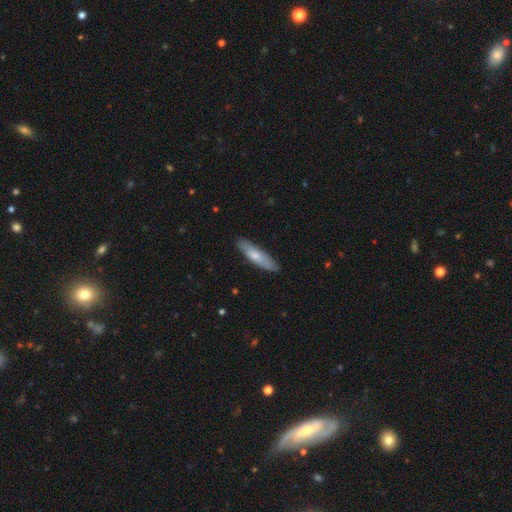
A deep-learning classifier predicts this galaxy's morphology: A smooth galaxy with no disk features (68%) that is cigar-shaped (76%). Merging: none (87%).